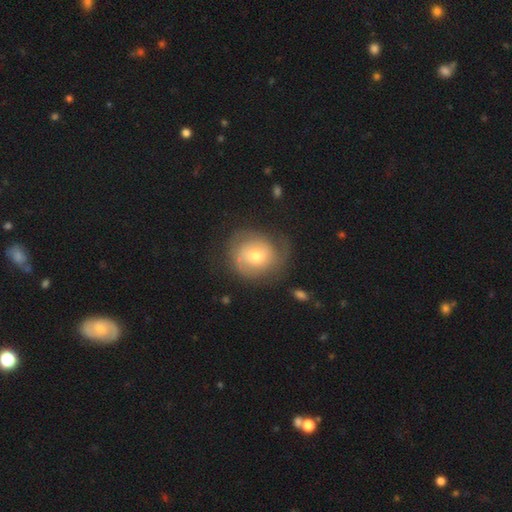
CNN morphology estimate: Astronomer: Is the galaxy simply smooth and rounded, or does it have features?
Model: featured or disk — 58% (runner-up: smooth, 35%).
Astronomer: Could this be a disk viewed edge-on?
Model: no — 97%.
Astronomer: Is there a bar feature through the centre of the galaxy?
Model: no — 70%.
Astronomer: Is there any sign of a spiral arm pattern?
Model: yes — 84%.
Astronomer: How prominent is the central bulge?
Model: moderate — 63%.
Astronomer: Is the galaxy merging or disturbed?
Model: none — 65%.